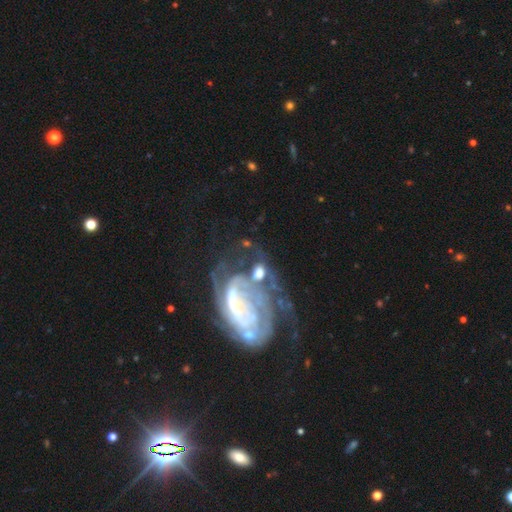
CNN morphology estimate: smooth_or_featured: featured or disk (p=0.75) [alt: star or artifact p=0.14]
disk_edge_on: no (p=0.96) [alt: yes p=0.04]
bar: no (p=0.49) [alt: weak p=0.32]
has_spiral_arms: yes (p=0.72) [alt: no p=0.28]
spiral_winding: tight (p=0.47) [alt: medium p=0.32]
spiral_arm_count: can't tell (p=0.45) [alt: 2 p=0.24]
bulge_size: small (p=0.38) [alt: none p=0.37]
merging: major disturbance (p=0.41) [alt: none p=0.30]